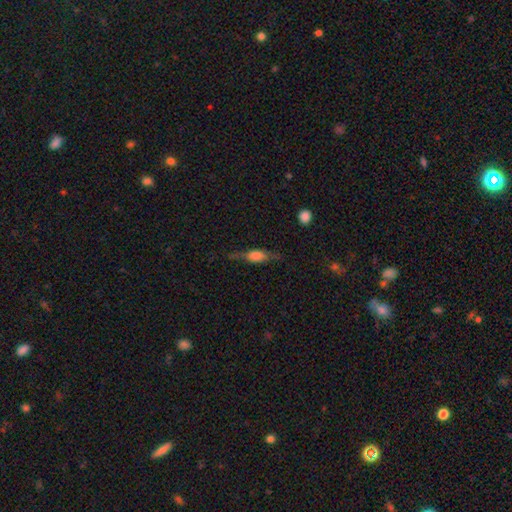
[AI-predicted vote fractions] smooth_or_featured: featured or disk (p=0.53) [alt: smooth p=0.39]
disk_edge_on: yes (p=0.90) [alt: no p=0.10]
merging: none (p=0.68) [alt: minor disturbance p=0.20]